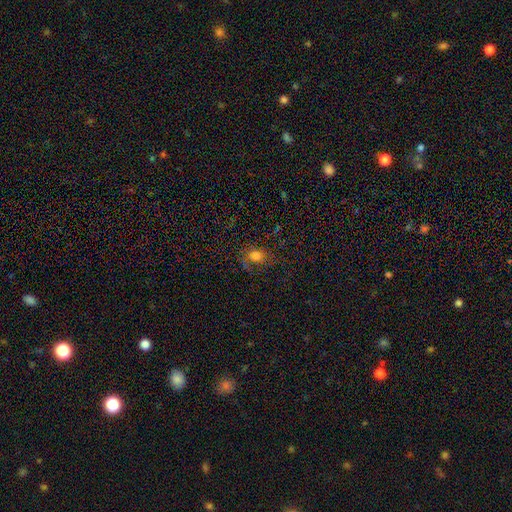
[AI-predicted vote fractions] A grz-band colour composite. It shows a smooth galaxy with no disk features (67%) that is round (52%). Merging: none (62%).